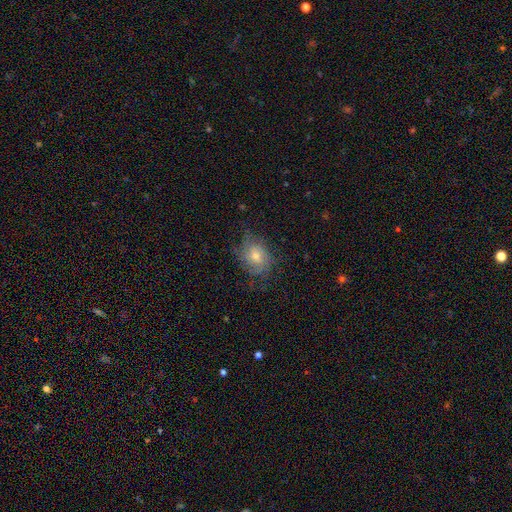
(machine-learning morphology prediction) Smooth or featured? featured or disk (54%)
Edge-on disk? no (96%)
Bar? no (73%)
Spiral arms? yes (82%)
Bulge size? moderate (61%)
Merging? none (65%)